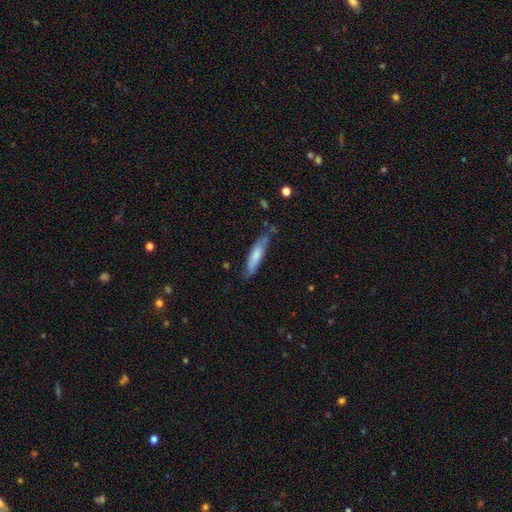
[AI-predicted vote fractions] smooth-or-featured: smooth: 70% | featured or disk: 24% | star or artifact: 5%
  how-rounded: cigar-shaped: 74% | in between: 25% | round: 1%
  merging: none: 67% | minor disturbance: 25% | major disturbance: 5% | merger: 3%